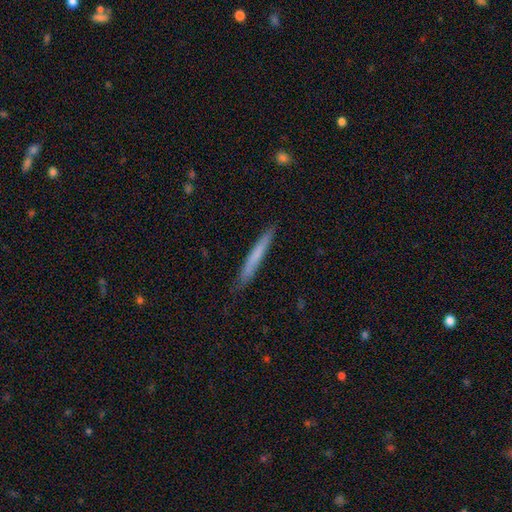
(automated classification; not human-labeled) The model was most divided on "smooth or featured": smooth: 64%, featured or disk: 30%, star or artifact: 6%. More confident: how rounded — cigar-shaped (97%); merging — none (85%).